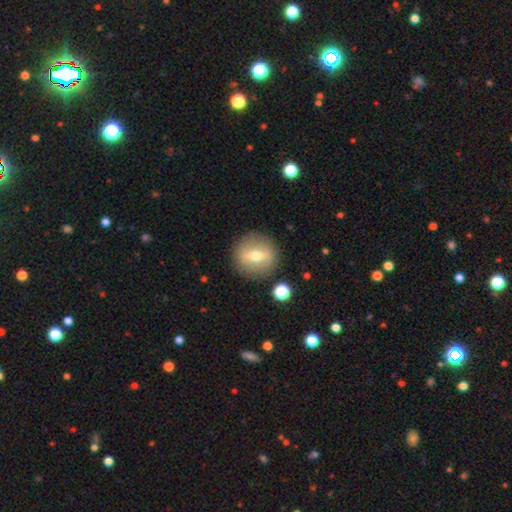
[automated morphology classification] A smooth galaxy with no disk features (46%). Merging: none (88%).